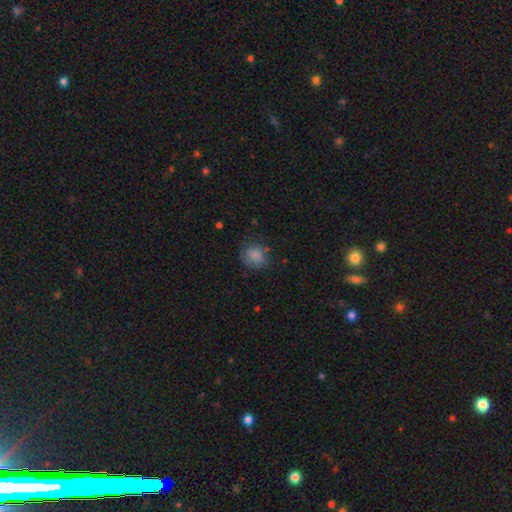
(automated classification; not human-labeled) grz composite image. It shows a smooth galaxy with no disk features (80%) that is round (73%). Merging: none (72%).